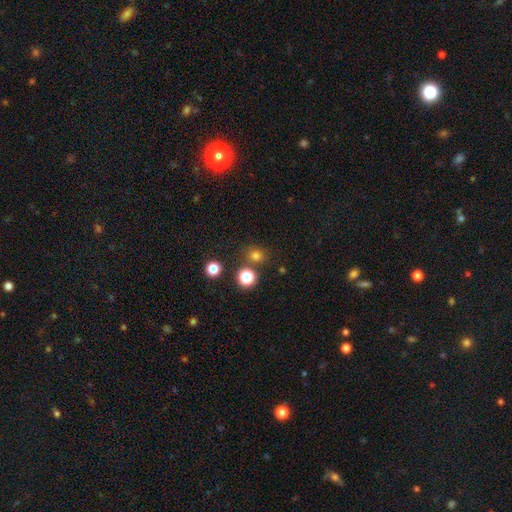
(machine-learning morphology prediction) Smooth or featured?
  - smooth: 75% *
  - star or artifact: 20%
  - featured or disk: 5%
How rounded?
  - round: 78% *
  - in between: 21%
  - cigar-shaped: 1%
Merging?
  - none: 77% *
  - merger: 10%
  - minor disturbance: 10%
  - major disturbance: 4%